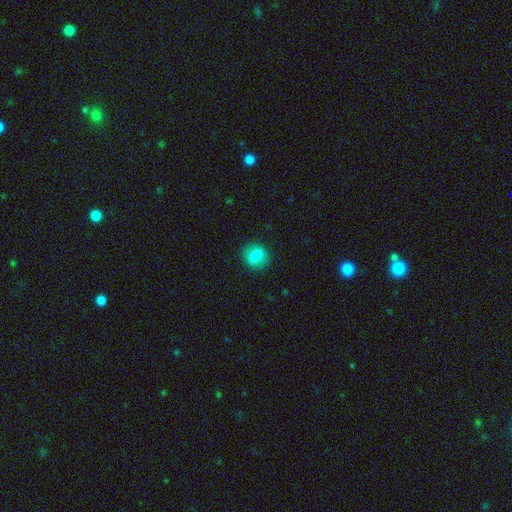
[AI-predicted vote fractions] Smooth or featured: smooth — 83% (star or artifact — 9%)
How rounded: round — 79% (in between — 20%)
Merging: none — 88% (minor disturbance — 8%)